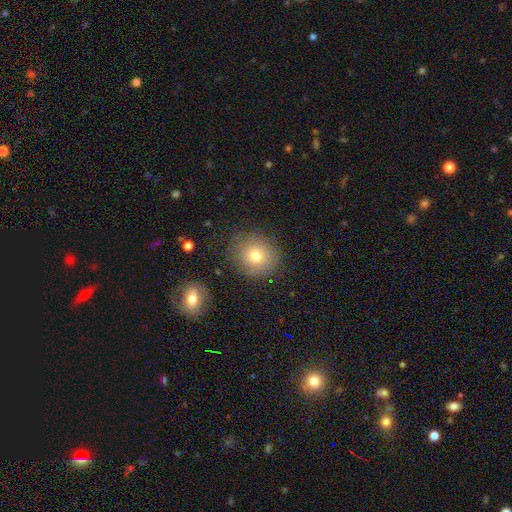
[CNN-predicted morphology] type=smooth (74%); roundness=round (86%); merging=none (84%).